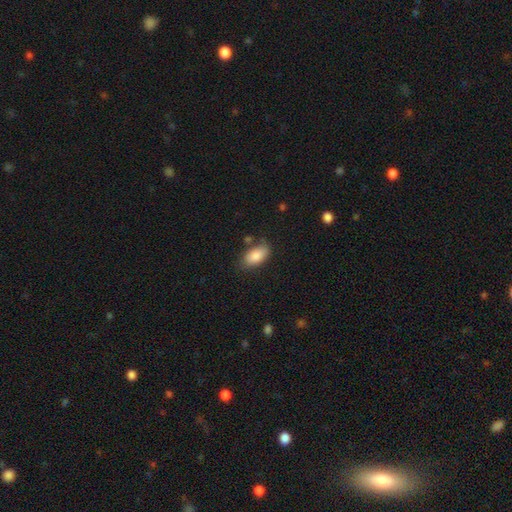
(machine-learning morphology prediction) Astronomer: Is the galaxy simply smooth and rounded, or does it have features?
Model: smooth — 86%.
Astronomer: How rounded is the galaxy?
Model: in between — 92%.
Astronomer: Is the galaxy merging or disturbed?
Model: none — 72%.